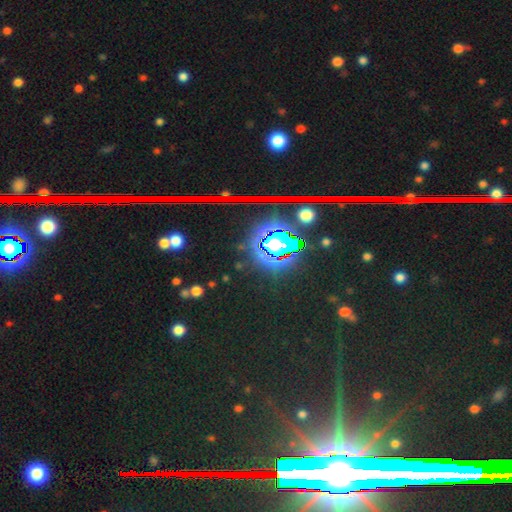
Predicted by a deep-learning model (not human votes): smooth-or-featured: star or artifact: 81% | smooth: 12% | featured or disk: 8%